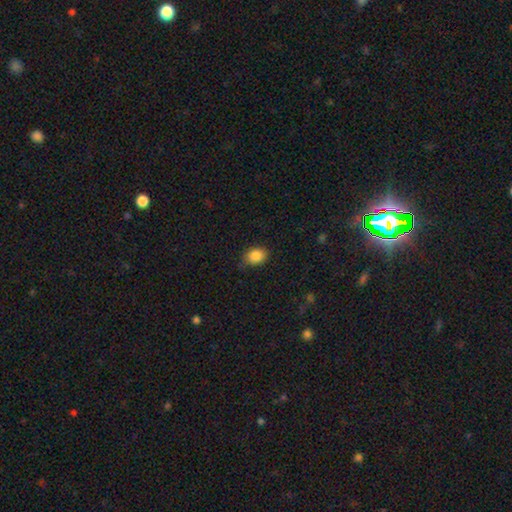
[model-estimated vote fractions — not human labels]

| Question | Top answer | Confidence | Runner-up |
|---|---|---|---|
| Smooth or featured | smooth | 86% | star or artifact (9%) |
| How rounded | in between | 68% | round (31%) |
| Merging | none | 77% | minor disturbance (18%) |